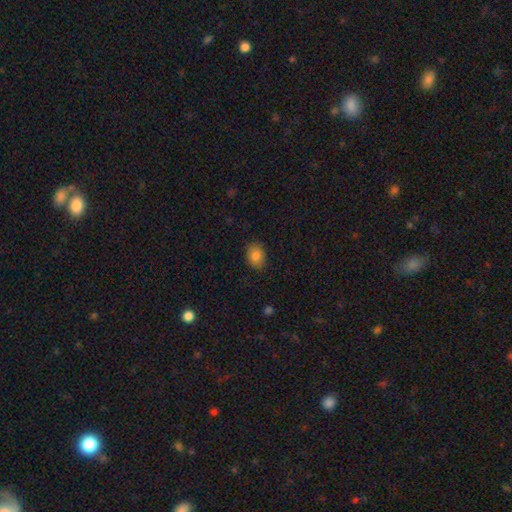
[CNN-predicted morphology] Overall: smooth (85%). How rounded: in between (69%; round 30%). Merging: none (85%).